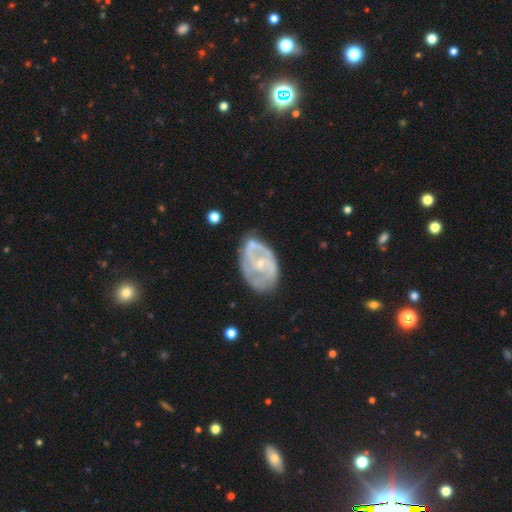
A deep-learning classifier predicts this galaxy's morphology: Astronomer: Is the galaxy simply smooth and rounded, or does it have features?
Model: featured or disk — 79%.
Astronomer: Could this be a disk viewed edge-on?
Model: no — 96%.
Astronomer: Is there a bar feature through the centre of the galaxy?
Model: no — 60%.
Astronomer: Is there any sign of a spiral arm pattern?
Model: yes — 79%.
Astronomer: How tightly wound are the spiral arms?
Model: tight — 44% (runner-up: medium, 40%).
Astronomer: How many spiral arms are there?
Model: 2 — 50% (runner-up: can't tell, 29%).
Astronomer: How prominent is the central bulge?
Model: small — 74%.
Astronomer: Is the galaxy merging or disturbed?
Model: none — 60%.